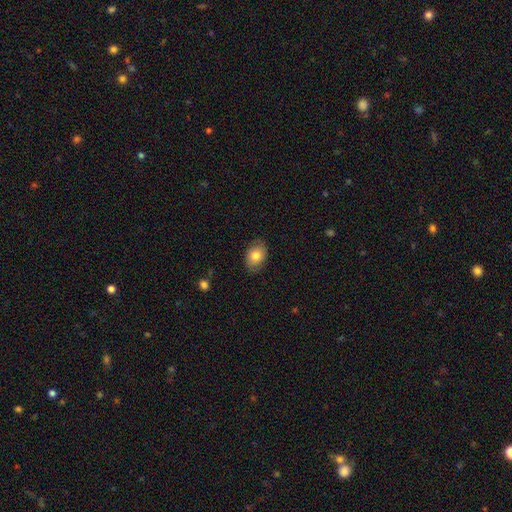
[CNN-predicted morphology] This is likely a smooth galaxy (79%). How rounded: likely in between (79%). Merging: clearly none (84%).